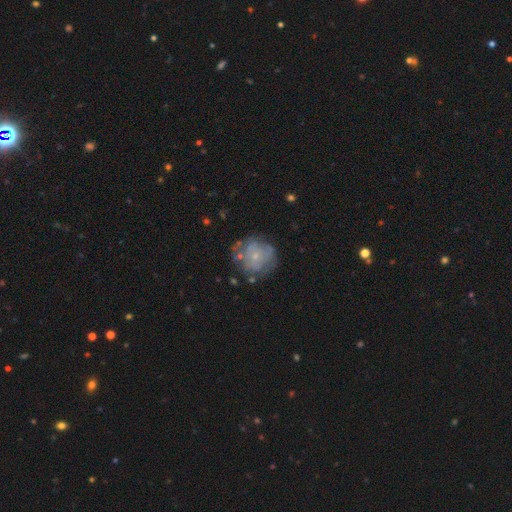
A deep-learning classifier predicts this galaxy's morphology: This is possibly a featured or disk galaxy (53%). It is clearly not viewed edge-on (98%). Bar: clearly no (88%). Spiral arm pattern: likely no (61%). Central bulge: likely small (76%). Merging: possibly none (59%).